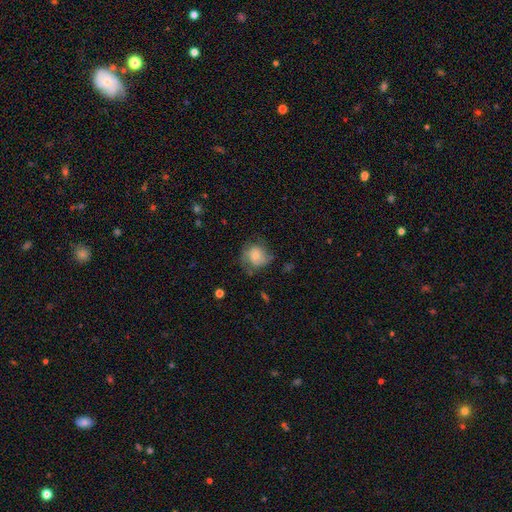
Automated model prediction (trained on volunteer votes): smooth-or-featured: smooth: 49% | featured or disk: 43% | star or artifact: 8%
  merging: none: 56% | minor disturbance: 26% | major disturbance: 16% | merger: 2%